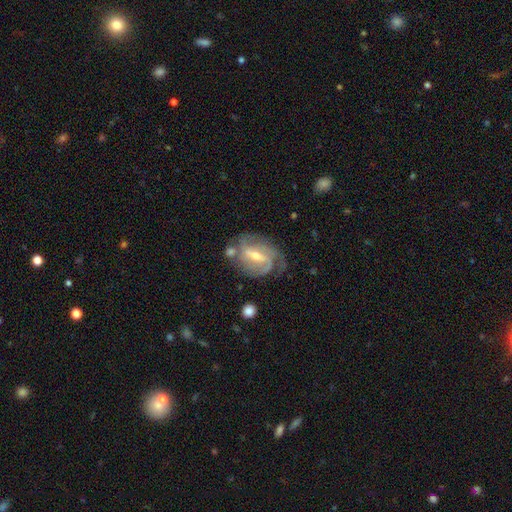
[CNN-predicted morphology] Smooth or featured: featured or disk — 83% (smooth — 11%)
Edge-on disk: no — 95% (yes — 5%)
Bar: weak — 45% (strong — 41%)
Spiral arms: yes — 93% (no — 7%)
Spiral winding: tight — 48% (medium — 38%)
Spiral arm count: 2 — 42% (can't tell — 21%)
Bulge size: moderate — 57% (small — 39%)
Merging: none — 60% (minor disturbance — 21%)